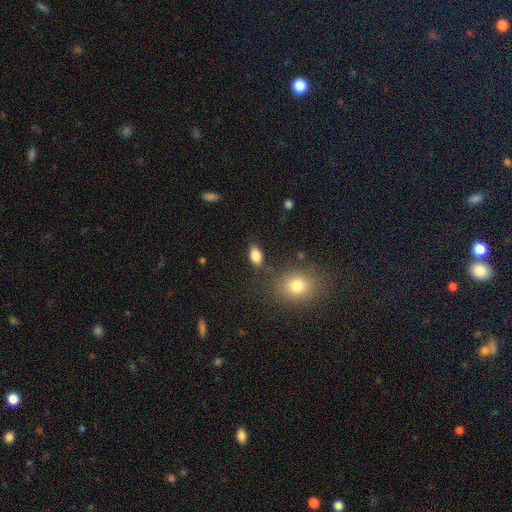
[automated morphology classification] This appears to be a smooth galaxy with no disk features (86%) that is in between round and cigar-shaped (90%). Merging: none (79%).